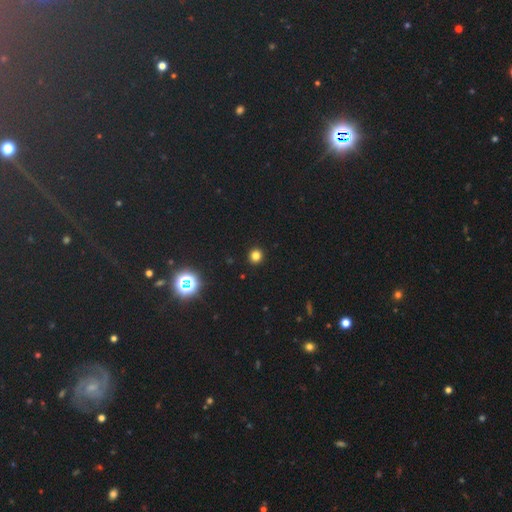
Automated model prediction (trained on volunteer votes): Q: Smooth or featured?
A: smooth (77%); runner-up: star or artifact (18%)
Q: How rounded?
A: round (93%); runner-up: in between (6%)
Q: Merging?
A: none (93%); runner-up: minor disturbance (4%)